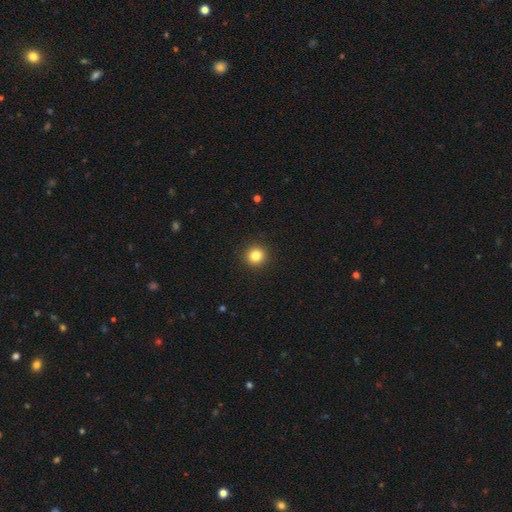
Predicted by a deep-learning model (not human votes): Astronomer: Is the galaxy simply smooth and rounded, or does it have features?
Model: smooth — 83%.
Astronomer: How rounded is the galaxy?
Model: round — 94%.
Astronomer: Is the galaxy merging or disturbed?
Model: none — 93%.